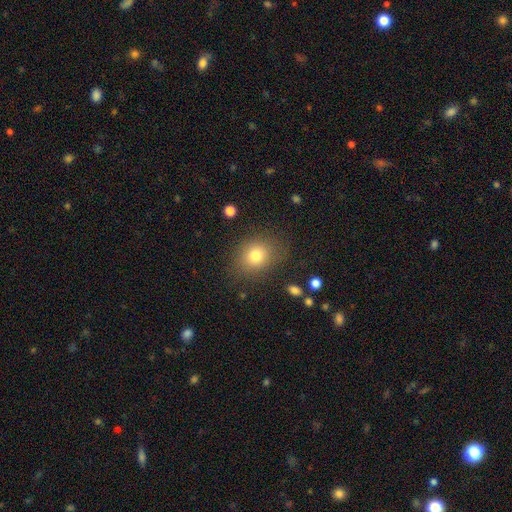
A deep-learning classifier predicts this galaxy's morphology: Overall: smooth (78%). How rounded: round (57%; in between 42%). Merging: none (80%).